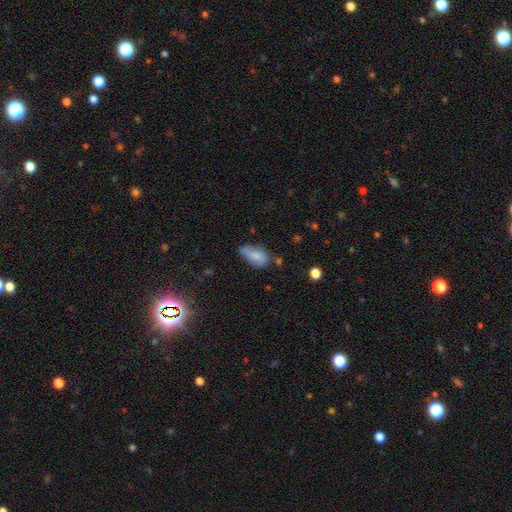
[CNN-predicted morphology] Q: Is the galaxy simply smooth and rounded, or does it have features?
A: smooth — 80%.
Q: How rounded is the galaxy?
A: in between — 92%.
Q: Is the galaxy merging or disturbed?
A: none — 48%.